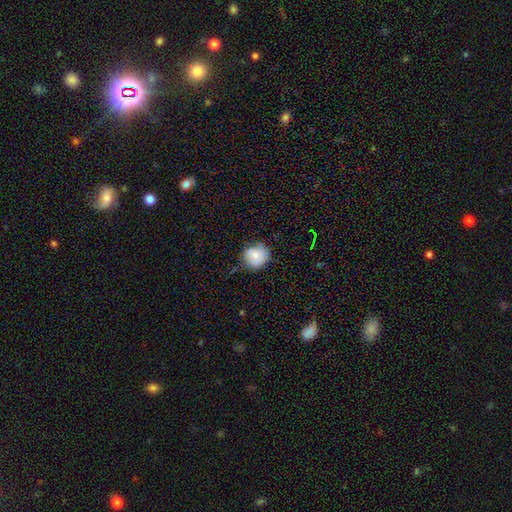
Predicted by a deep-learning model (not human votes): Q: Smooth or featured?
A: smooth (72%); runner-up: featured or disk (18%)
Q: How rounded?
A: round (84%); runner-up: in between (15%)
Q: Merging?
A: none (69%); runner-up: minor disturbance (24%)